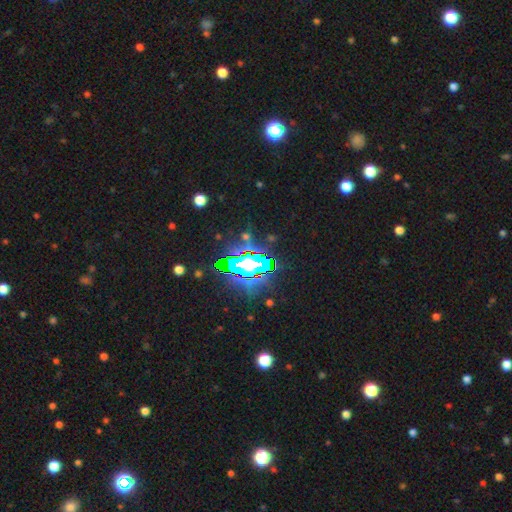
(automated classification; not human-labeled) Smooth or featured? star or artifact (83%)